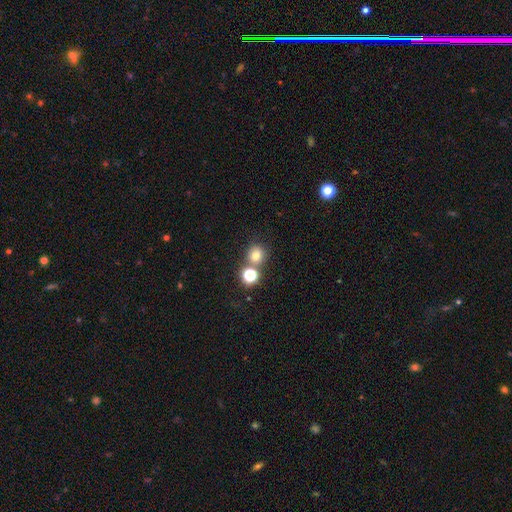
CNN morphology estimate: Overall: smooth (76%). How rounded: round (86%). Merging: none (65%).